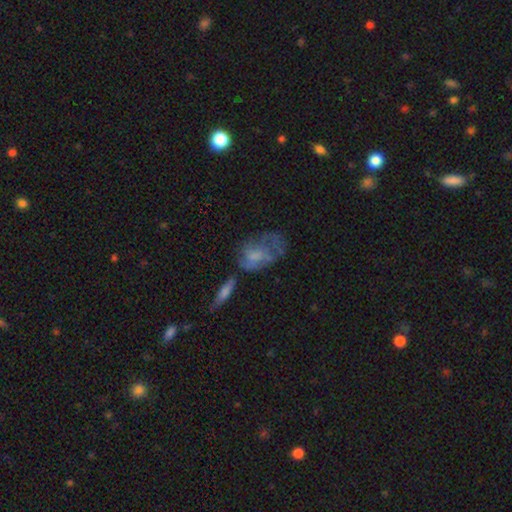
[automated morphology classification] smooth-or-featured: featured or disk: 44% (tied) | smooth: 44% (tied) | star or artifact: 12%
  merging: none: 36% | major disturbance: 29% | minor disturbance: 24% | merger: 12%